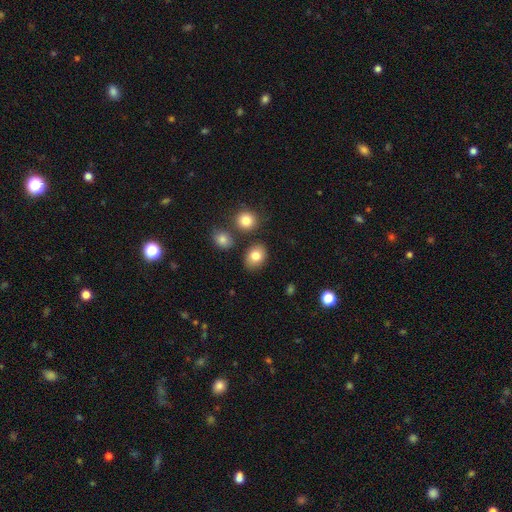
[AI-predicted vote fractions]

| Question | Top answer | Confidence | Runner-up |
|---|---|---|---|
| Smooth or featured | smooth | 82% | featured or disk (9%) |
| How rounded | in between | 68% | round (31%) |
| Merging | none | 80% | minor disturbance (10%) |